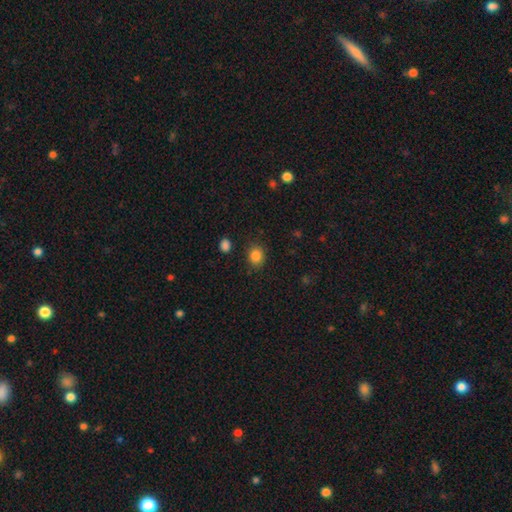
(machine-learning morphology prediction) Smooth or featured?
  - smooth: 84% *
  - star or artifact: 11%
  - featured or disk: 5%
How rounded?
  - round: 65% *
  - in between: 34%
  - cigar-shaped: 1%
Merging?
  - none: 86% *
  - minor disturbance: 9%
  - major disturbance: 3%
  - merger: 2%